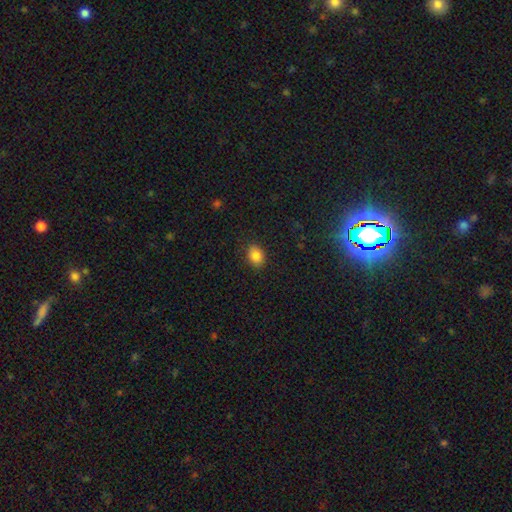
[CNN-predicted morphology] Overall: smooth (86%). How rounded: in between (70%). Merging: none (86%).